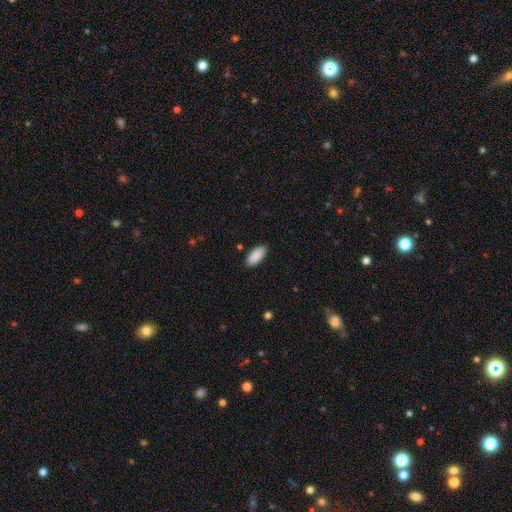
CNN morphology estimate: Smooth or featured: smooth — 90% (star or artifact — 6%)
How rounded: in between — 92% (cigar-shaped — 7%)
Merging: none — 88% (minor disturbance — 9%)